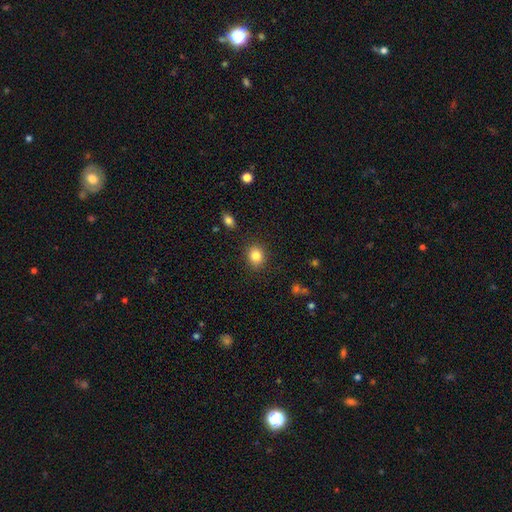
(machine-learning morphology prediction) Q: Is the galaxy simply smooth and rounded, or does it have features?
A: smooth — 84%.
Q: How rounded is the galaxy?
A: round — 64%.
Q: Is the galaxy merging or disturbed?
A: none — 87%.